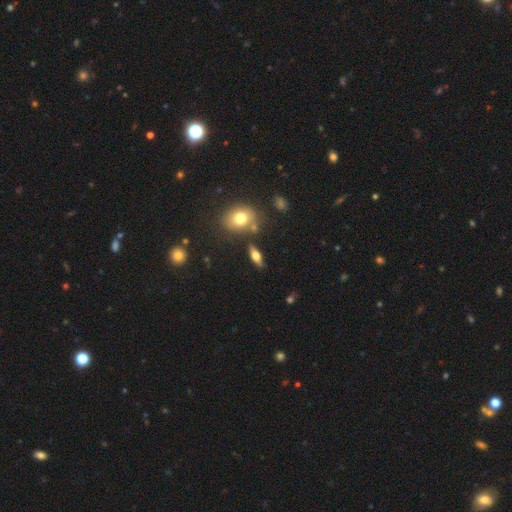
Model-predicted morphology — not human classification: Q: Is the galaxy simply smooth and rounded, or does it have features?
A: smooth — 49%.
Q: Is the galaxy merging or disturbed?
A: none — 80%.